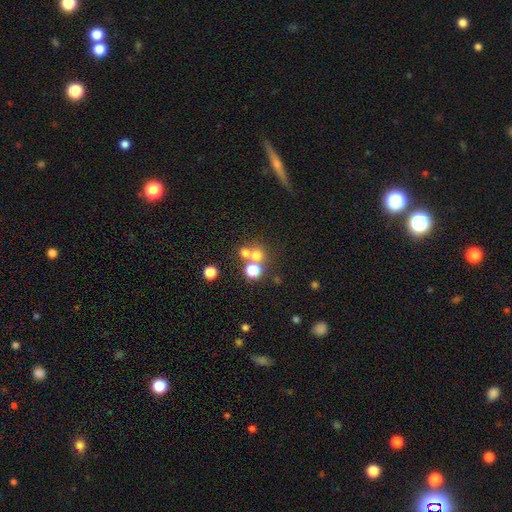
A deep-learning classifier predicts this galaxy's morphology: Smooth or featured?
  - smooth: 66% *
  - star or artifact: 21%
  - featured or disk: 14%
How rounded?
  - round: 87% *
  - in between: 12%
  - cigar-shaped: 1%
Merging?
  - none: 49% *
  - merger: 40%
  - minor disturbance: 6%
  - major disturbance: 4%